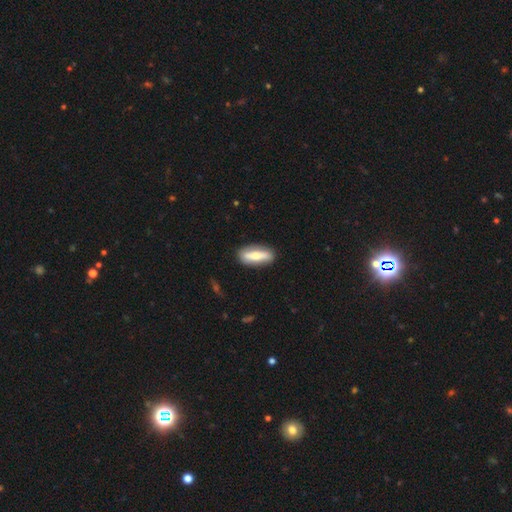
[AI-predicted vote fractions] Smooth or featured? smooth (55%)
How rounded? in between (65%)
Merging? none (85%)